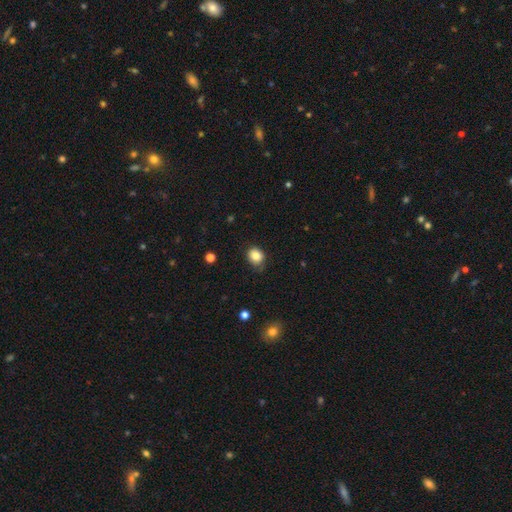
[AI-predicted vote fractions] smooth_or_featured: smooth (p=0.83) [alt: star or artifact p=0.10]
how_rounded: round (p=0.62) [alt: in between p=0.37]
merging: none (p=0.73) [alt: minor disturbance p=0.21]